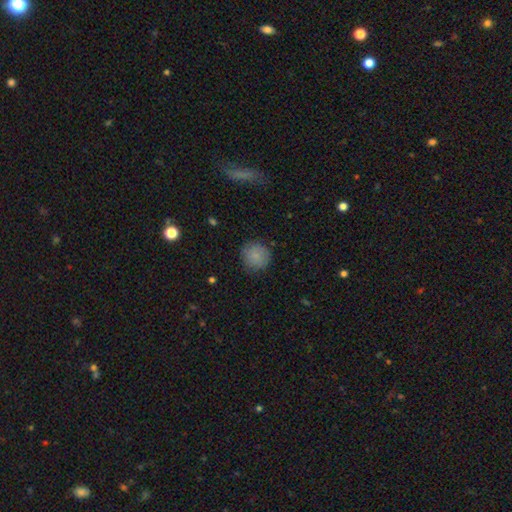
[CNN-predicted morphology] Smooth or featured: smooth — 85% (star or artifact — 8%)
How rounded: round — 92% (in between — 7%)
Merging: none — 83% (minor disturbance — 13%)